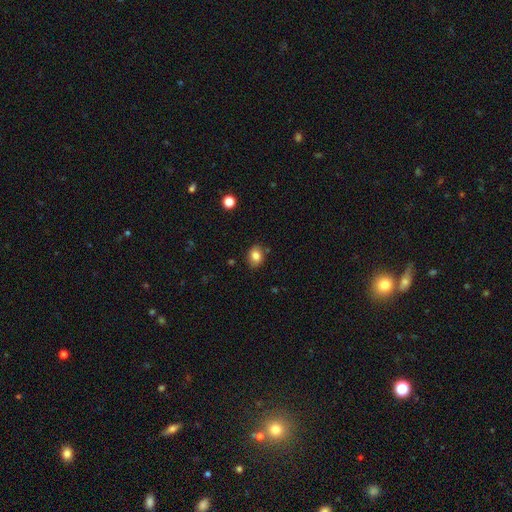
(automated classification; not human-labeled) Morphology: type=smooth (83%); roundness=in between (60%); merging=none (82%).